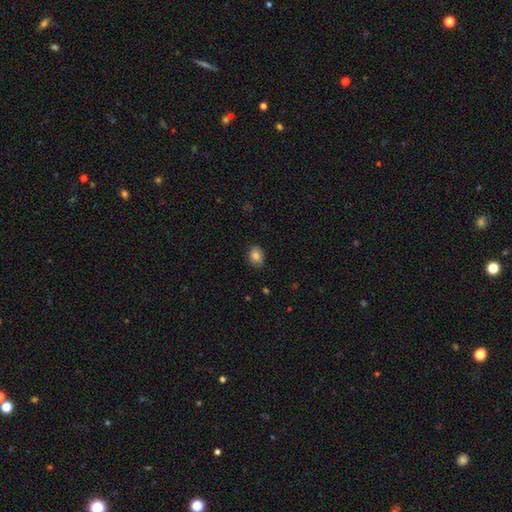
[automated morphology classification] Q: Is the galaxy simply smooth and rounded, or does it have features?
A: smooth — 84%.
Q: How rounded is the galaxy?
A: in between — 57%.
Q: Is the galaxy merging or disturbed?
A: none — 82%.